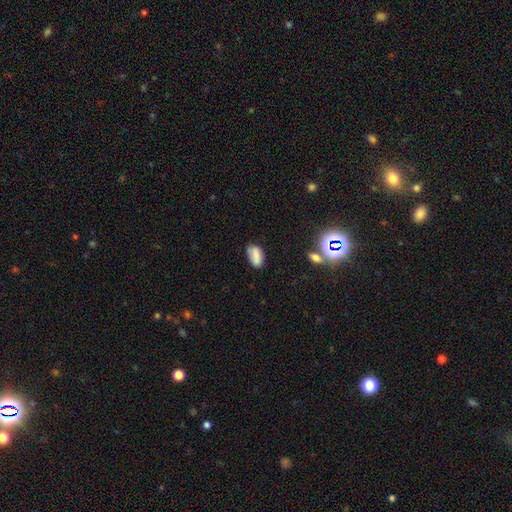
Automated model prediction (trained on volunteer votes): Smooth or featured?
  - smooth: 81% *
  - star or artifact: 10%
  - featured or disk: 9%
How rounded?
  - in between: 93% *
  - round: 5%
  - cigar-shaped: 2%
Merging?
  - none: 71% *
  - minor disturbance: 22%
  - major disturbance: 4%
  - merger: 3%